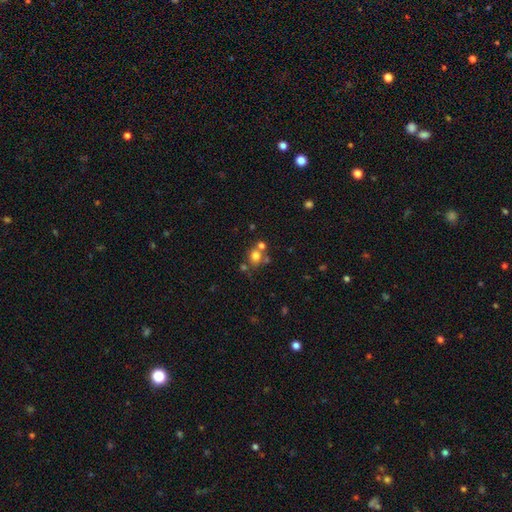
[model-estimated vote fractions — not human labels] Smooth or featured? Predicted: smooth (p=0.73). How rounded? Predicted: round (p=0.77). Merging? Predicted: none (p=0.57).